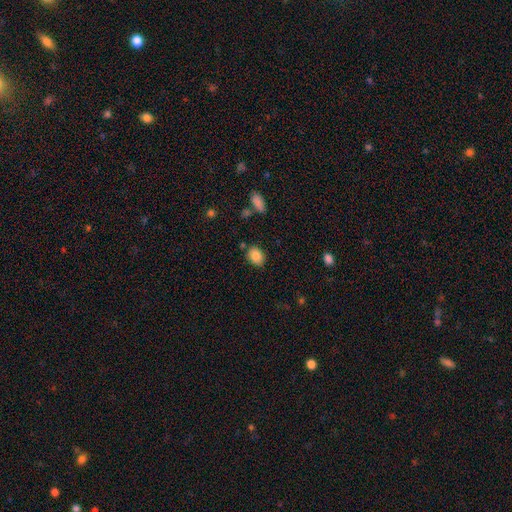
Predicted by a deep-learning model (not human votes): The model was most divided on "how rounded": in between: 66%, round: 33%, cigar-shaped: 1%. More confident: smooth or featured — smooth (85%); merging — none (82%).